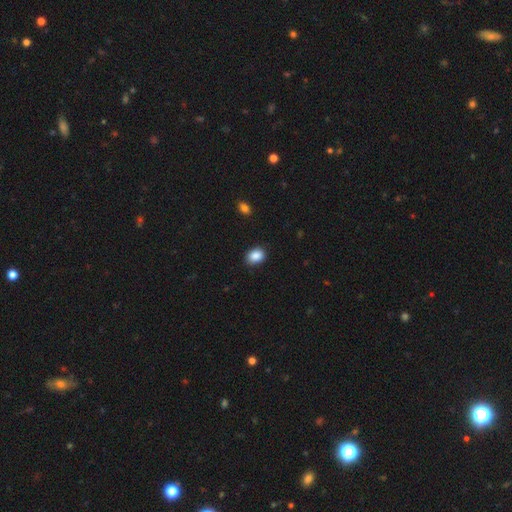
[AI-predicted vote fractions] Smooth or featured: smooth — 88% (star or artifact — 8%)
How rounded: in between — 68% (round — 31%)
Merging: none — 87% (minor disturbance — 10%)